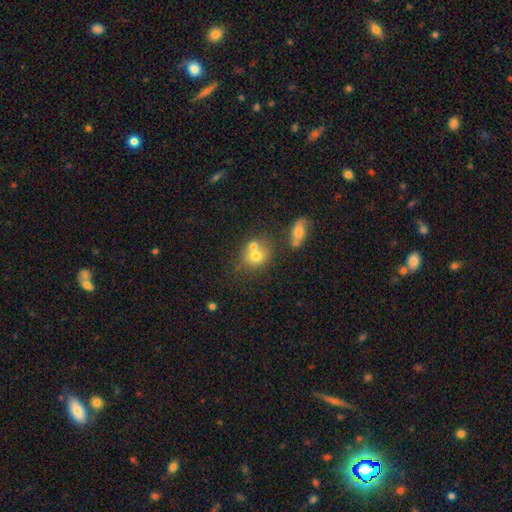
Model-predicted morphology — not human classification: smooth_or_featured: smooth (p=0.70) [alt: featured or disk p=0.19]
how_rounded: round (p=0.68) [alt: in between p=0.31]
merging: merger (p=0.49) [alt: none p=0.38]